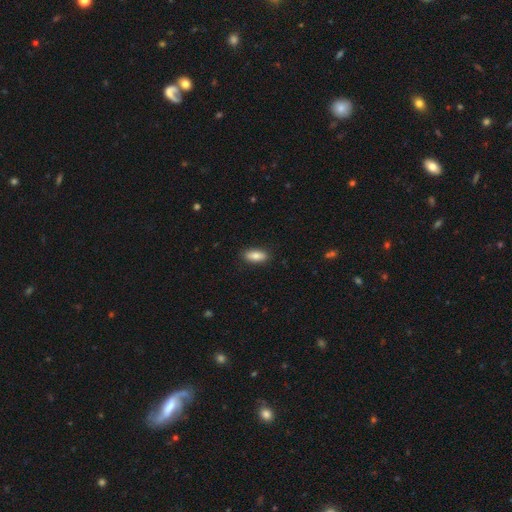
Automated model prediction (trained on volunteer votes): A smooth galaxy with no disk features (82%) that is in between round and cigar-shaped (80%).

Vote fractions:
- Smooth or featured? smooth: 82% / featured or disk: 11% / star or artifact: 6%
- How rounded? in between: 80% / cigar-shaped: 17% / round: 3%
- Merging? none: 88% / minor disturbance: 9% / major disturbance: 2% / merger: 1%